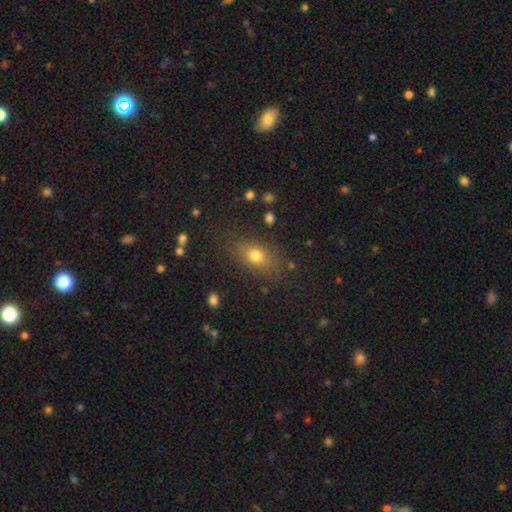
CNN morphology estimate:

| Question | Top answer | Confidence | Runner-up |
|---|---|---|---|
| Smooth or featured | smooth | 76% | star or artifact (13%) |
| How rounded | in between | 74% | round (22%) |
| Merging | none | 81% | minor disturbance (12%) |